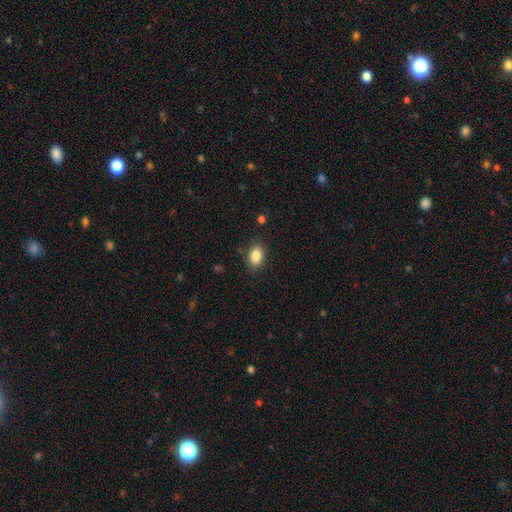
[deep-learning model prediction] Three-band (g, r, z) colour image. It shows a smooth galaxy with no disk features (86%) that is in between round and cigar-shaped (86%). Merging: none (86%).